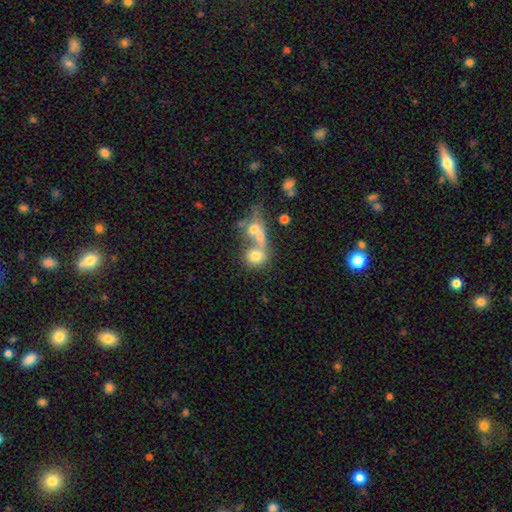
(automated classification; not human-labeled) Q: Smooth or featured?
A: smooth (70%); runner-up: featured or disk (18%)
Q: How rounded?
A: round (70%); runner-up: in between (27%)
Q: Merging?
A: merger (57%); runner-up: none (29%)